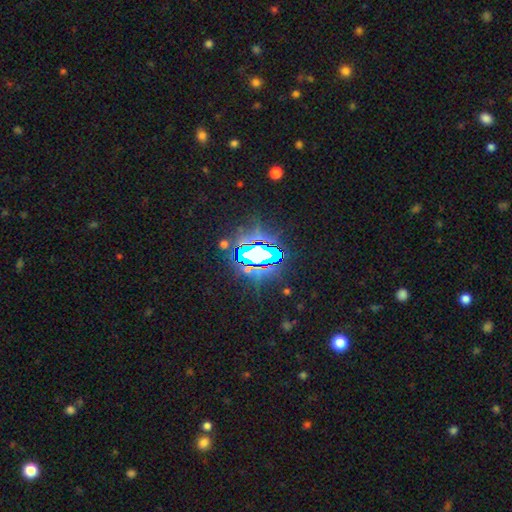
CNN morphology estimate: A star or artifact, not a galaxy (75%).

Vote fractions:
- Smooth or featured? star or artifact: 75% / featured or disk: 13% / smooth: 12%